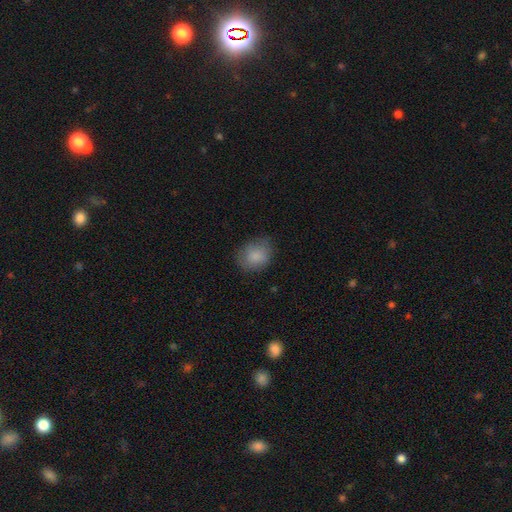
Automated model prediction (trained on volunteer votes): smooth-or-featured: smooth: 85% | star or artifact: 8% | featured or disk: 8%
  how-rounded: in between: 54% | round: 45% | cigar-shaped: 1%
  merging: none: 73% | minor disturbance: 20% | major disturbance: 5% | merger: 1%